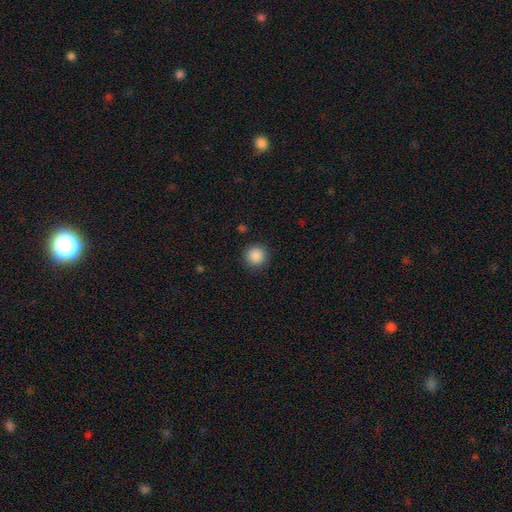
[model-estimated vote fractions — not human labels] A smooth galaxy with no disk features (88%) that is round (95%). Merging: none (91%).